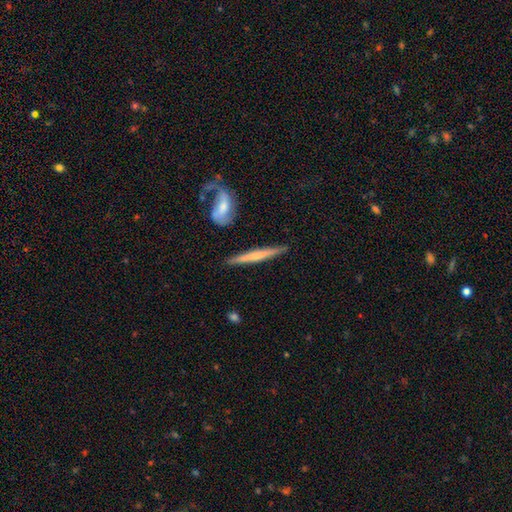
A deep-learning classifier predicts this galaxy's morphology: A featured or disk galaxy (55%) viewed edge-on (93%) with no central bulge (48%).

Vote fractions:
- Smooth or featured? featured or disk: 55% / smooth: 39% / star or artifact: 5%
- Edge-on disk? yes: 93% / no: 7%
- Edge-on bulge? none: 48% / rounded: 43% / boxy: 9%
- Merging? none: 83% / minor disturbance: 10% / merger: 4% / major disturbance: 3%